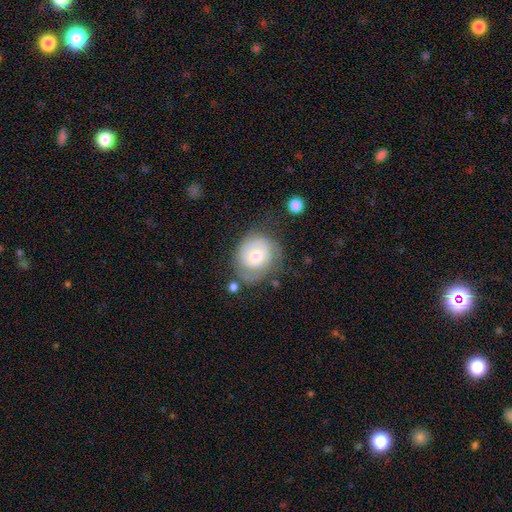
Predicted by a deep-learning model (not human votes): smooth-or-featured: featured or disk: 49% | smooth: 44% | star or artifact: 7%
  merging: none: 56% | minor disturbance: 25% | major disturbance: 15% | merger: 4%